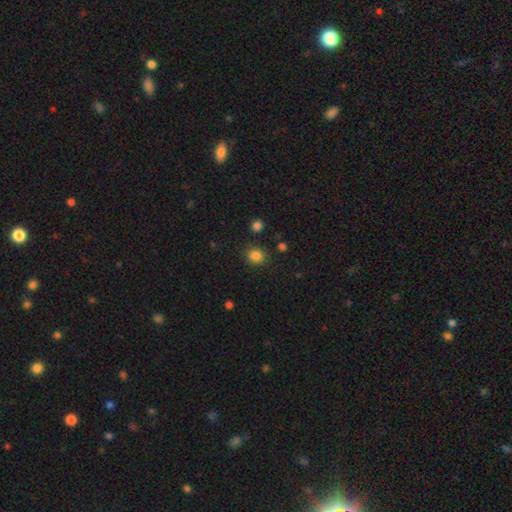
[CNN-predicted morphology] Smooth or featured: smooth — 84% (star or artifact — 12%)
How rounded: round — 80% (in between — 20%)
Merging: none — 85% (minor disturbance — 9%)